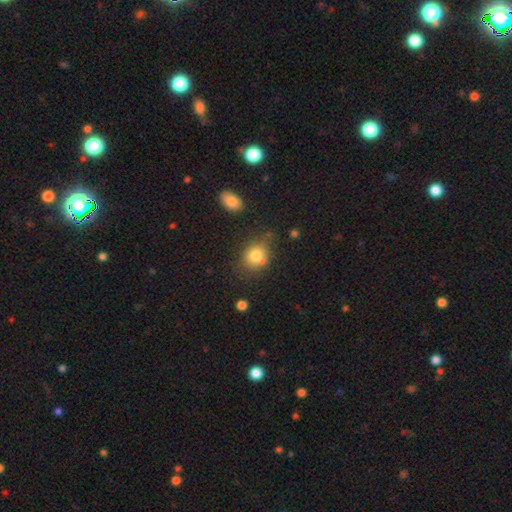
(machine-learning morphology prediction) A smooth galaxy with no disk features (79%) that is round (60%). Merging: none (68%).